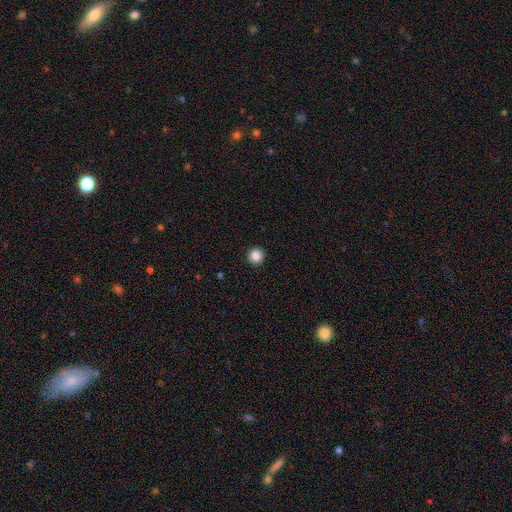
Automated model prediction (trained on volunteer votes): Smooth or featured: smooth — 86% (star or artifact — 10%)
How rounded: round — 94% (in between — 5%)
Merging: none — 93% (minor disturbance — 4%)